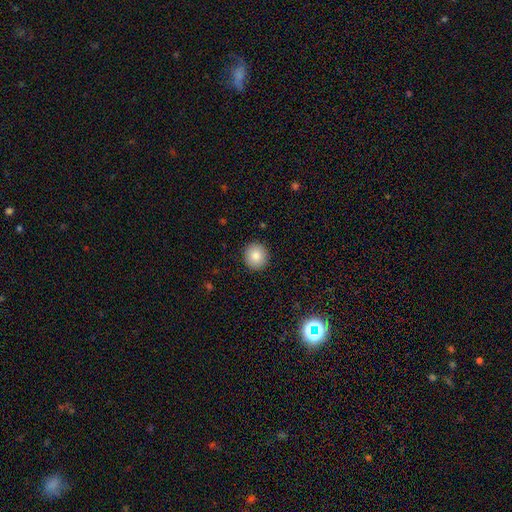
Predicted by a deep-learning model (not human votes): Morphology: type=smooth (85%); roundness=round (87%); merging=none (91%).